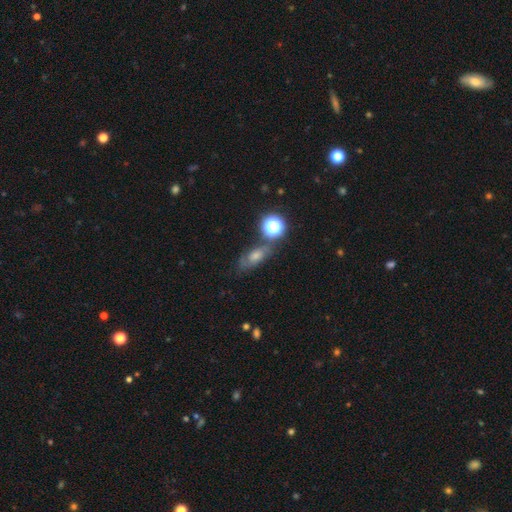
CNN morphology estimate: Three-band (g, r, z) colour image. It shows a smooth galaxy with no disk features (36%). Merging: none (65%).